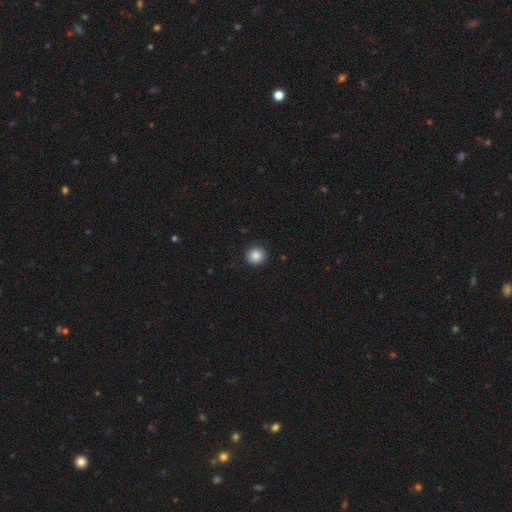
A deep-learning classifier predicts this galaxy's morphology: Smooth or featured: smooth — 86% (star or artifact — 10%)
How rounded: round — 92% (in between — 7%)
Merging: none — 91% (minor disturbance — 6%)